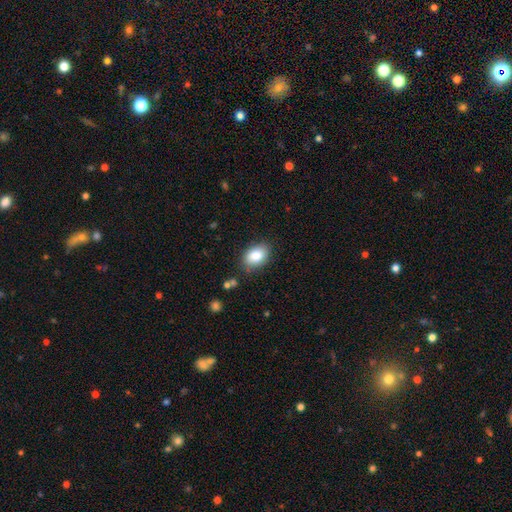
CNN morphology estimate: smooth_or_featured: smooth (p=0.85) [alt: star or artifact p=0.08]
how_rounded: in between (p=0.86) [alt: round p=0.13]
merging: none (p=0.82) [alt: minor disturbance p=0.13]